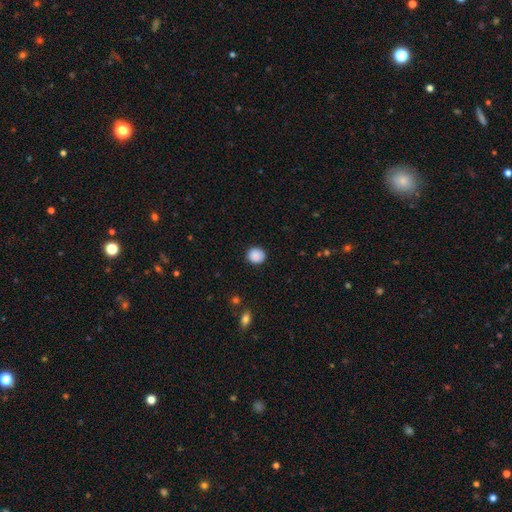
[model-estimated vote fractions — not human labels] Q: Smooth or featured?
A: smooth (87%); runner-up: star or artifact (8%)
Q: How rounded?
A: round (86%); runner-up: in between (13%)
Q: Merging?
A: none (89%); runner-up: minor disturbance (8%)